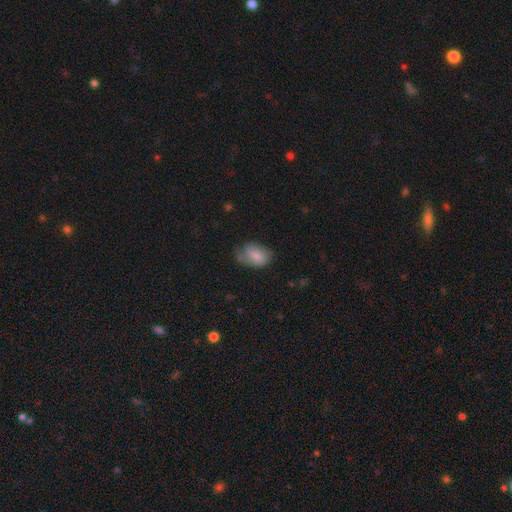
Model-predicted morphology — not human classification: A smooth galaxy with no disk features (65%) that is in between round and cigar-shaped (82%). Merging: none (47%).